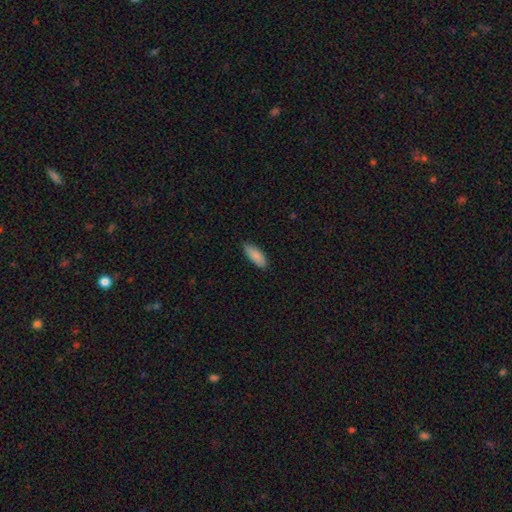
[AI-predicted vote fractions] smooth 87%, featured or disk 7%, star or artifact 6%. Down the decision tree: how rounded — in between (79%); merging — none (84%).